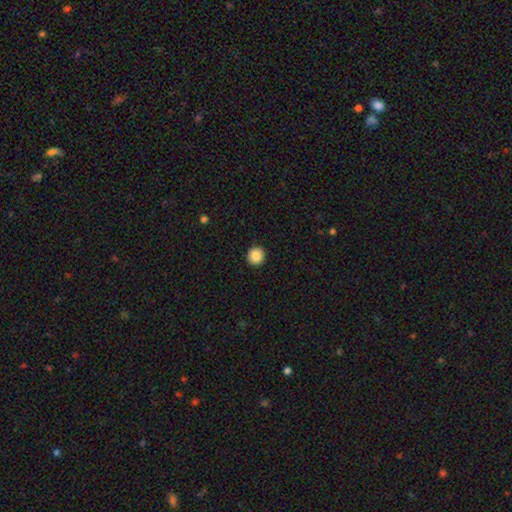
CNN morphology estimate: type=smooth (87%); roundness=round (95%); merging=none (93%).